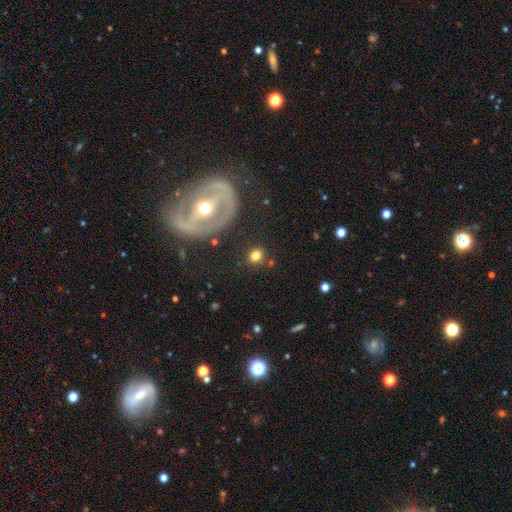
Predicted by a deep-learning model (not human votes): A smooth galaxy with no disk features (73%) that is round (81%).

Vote fractions:
- Smooth or featured? smooth: 73% / featured or disk: 15% / star or artifact: 11%
- How rounded? round: 81% / in between: 18% / cigar-shaped: 1%
- Merging? none: 83% / minor disturbance: 9% / merger: 4% / major disturbance: 4%